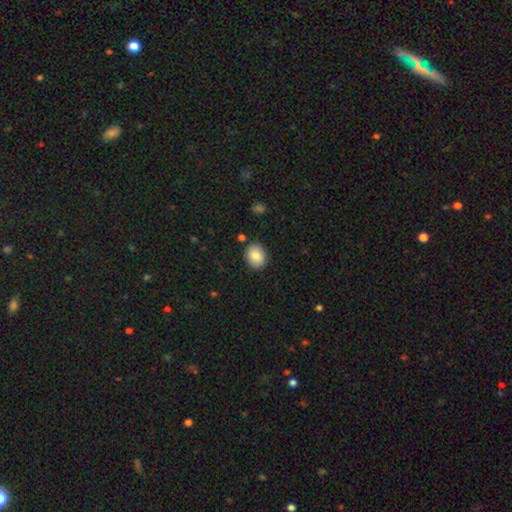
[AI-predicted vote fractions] smooth-or-featured: smooth: 88% | star or artifact: 8% | featured or disk: 5%
  how-rounded: round: 51% | in between: 48% | cigar-shaped: 1%
  merging: none: 86% | minor disturbance: 9% | major disturbance: 2% | merger: 2%